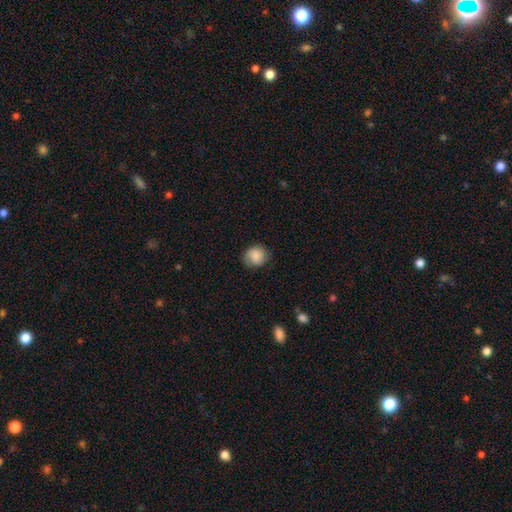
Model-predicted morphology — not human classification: Smooth or featured: smooth — 83% (featured or disk — 10%)
How rounded: round — 81% (in between — 18%)
Merging: none — 79% (minor disturbance — 16%)